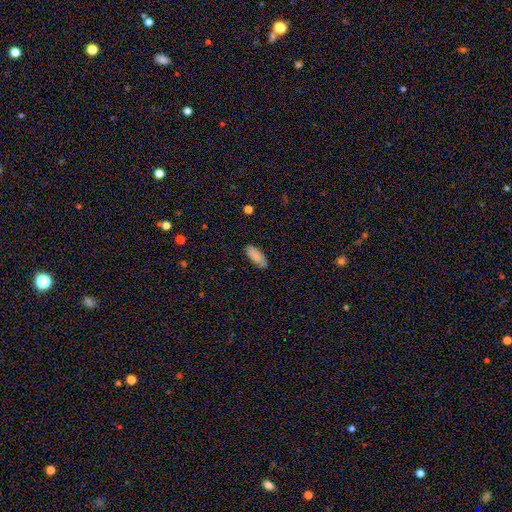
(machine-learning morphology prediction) Smooth or featured? smooth (86%)
How rounded? in between (82%)
Merging? none (83%)